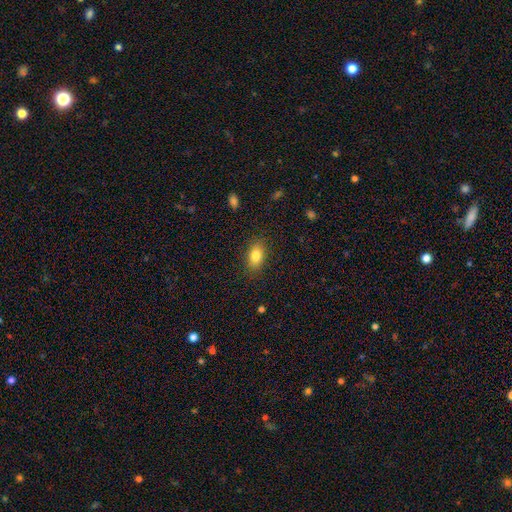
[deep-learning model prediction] This is clearly a smooth galaxy (83%). How rounded: clearly in between (86%). Merging: clearly none (86%).